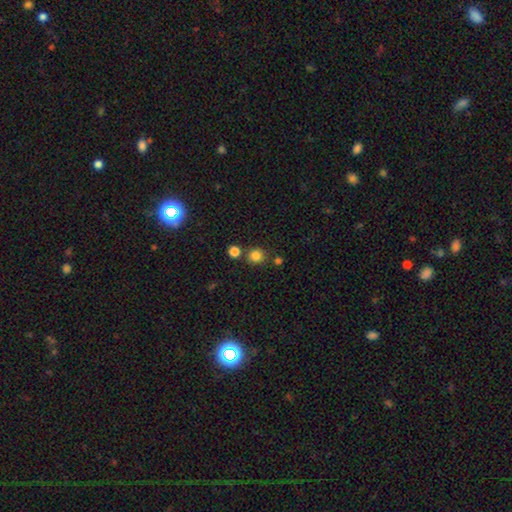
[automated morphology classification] Q: Smooth or featured?
A: smooth (82%); runner-up: star or artifact (13%)
Q: How rounded?
A: round (89%); runner-up: in between (10%)
Q: Merging?
A: none (76%); runner-up: merger (13%)